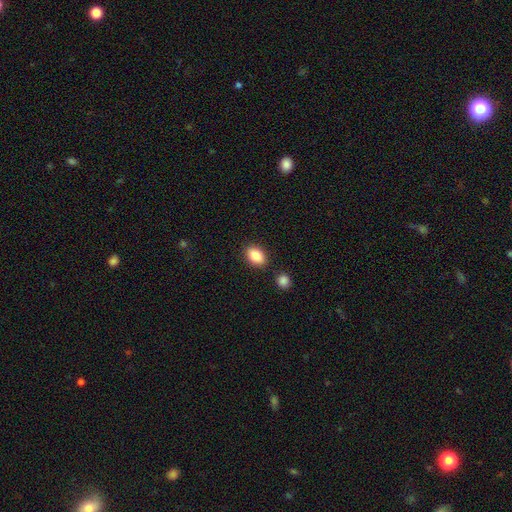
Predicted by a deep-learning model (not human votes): Smooth or featured? Predicted: smooth (p=0.87). How rounded? Predicted: in between (p=0.86). Merging? Predicted: none (p=0.84).